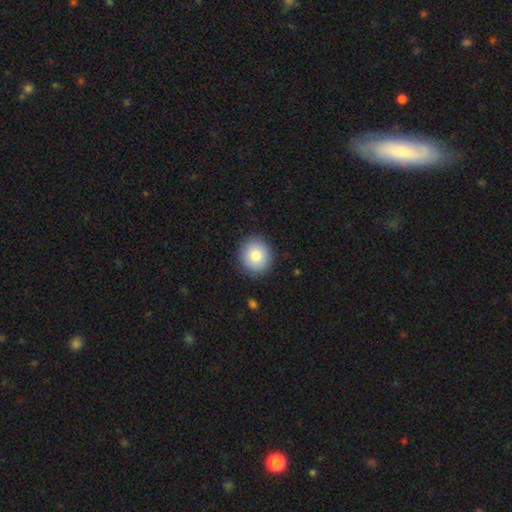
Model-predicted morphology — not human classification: Smooth or featured: smooth — 82% (featured or disk — 10%)
How rounded: round — 86% (in between — 13%)
Merging: none — 90% (minor disturbance — 7%)